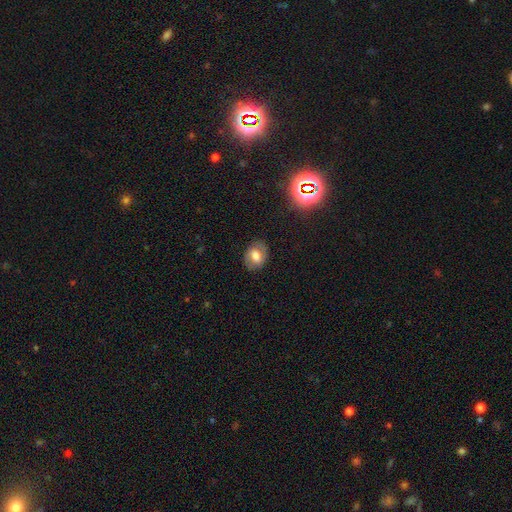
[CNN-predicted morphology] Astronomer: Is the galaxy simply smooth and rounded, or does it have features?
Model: smooth — 56% (runner-up: featured or disk, 32%).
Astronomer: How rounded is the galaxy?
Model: in between — 62% (runner-up: round, 37%).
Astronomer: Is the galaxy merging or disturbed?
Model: none — 81%.